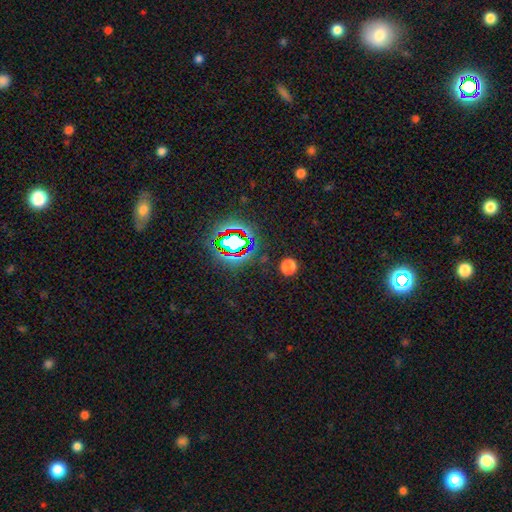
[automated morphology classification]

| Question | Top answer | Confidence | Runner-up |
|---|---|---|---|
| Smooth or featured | star or artifact | 78% | smooth (13%) |